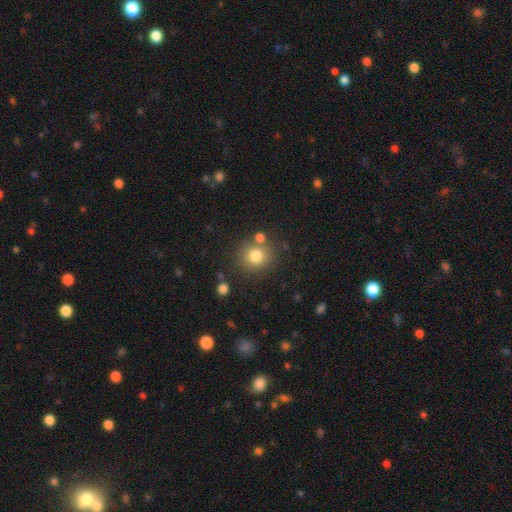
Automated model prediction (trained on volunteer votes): Smooth or featured? smooth (79%)
How rounded? round (86%)
Merging? none (76%)